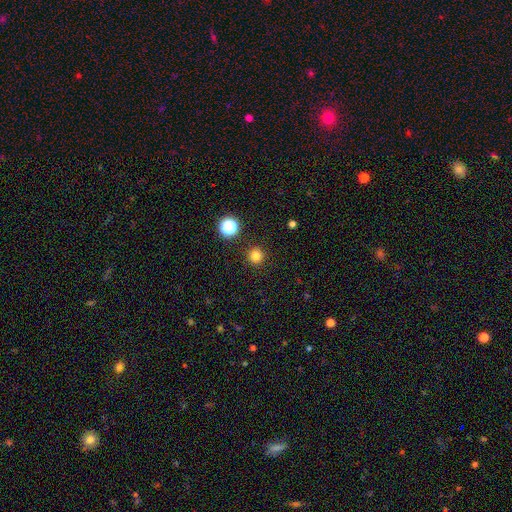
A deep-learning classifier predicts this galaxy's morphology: Overall: smooth (81%). How rounded: round (95%). Merging: none (92%).